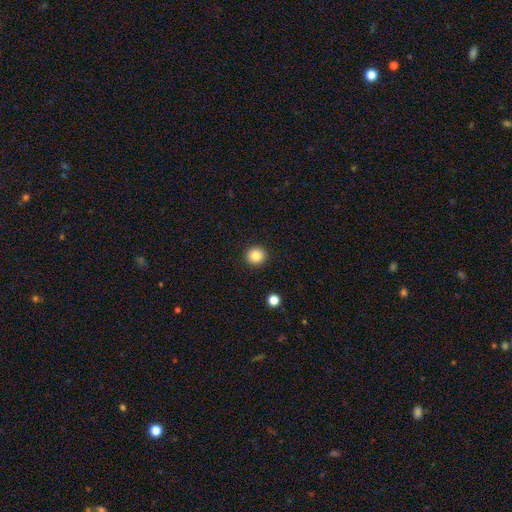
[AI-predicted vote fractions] Smooth or featured?
  - smooth: 85% *
  - star or artifact: 10%
  - featured or disk: 5%
How rounded?
  - round: 92% *
  - in between: 7%
  - cigar-shaped: 1%
Merging?
  - none: 92% *
  - minor disturbance: 5%
  - major disturbance: 2%
  - merger: 1%